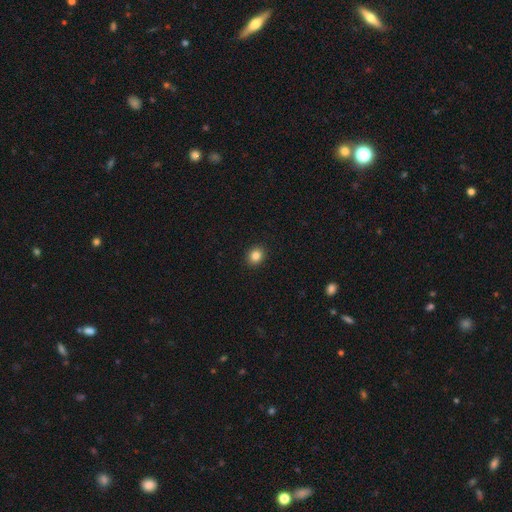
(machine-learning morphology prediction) Smooth or featured? smooth (85%)
How rounded? round (69%)
Merging? none (92%)